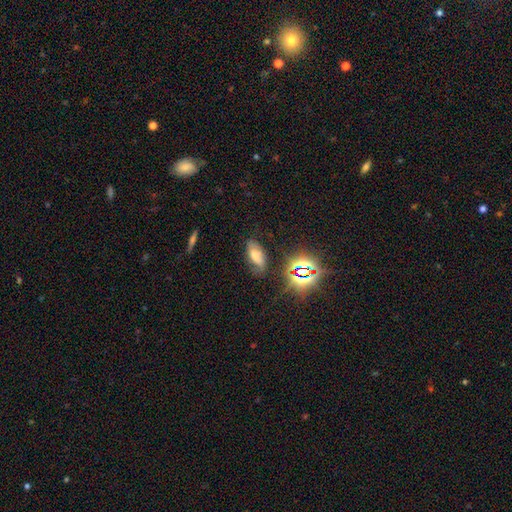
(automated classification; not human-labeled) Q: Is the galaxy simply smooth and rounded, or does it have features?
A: smooth — 53%.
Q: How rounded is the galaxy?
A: in between — 88%.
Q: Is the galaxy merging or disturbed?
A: none — 65%.